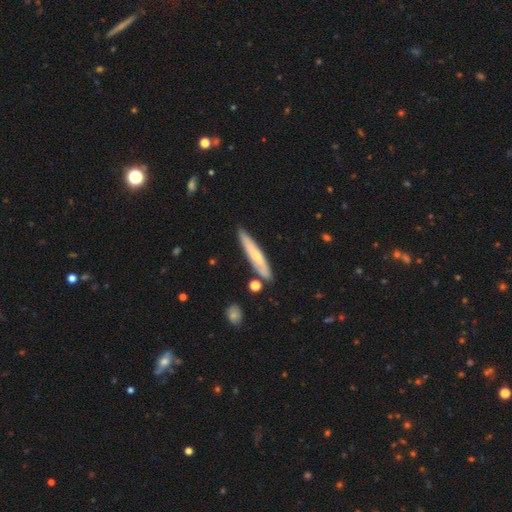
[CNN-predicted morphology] Smooth or featured? smooth (54%)
How rounded? cigar-shaped (91%)
Merging? none (82%)